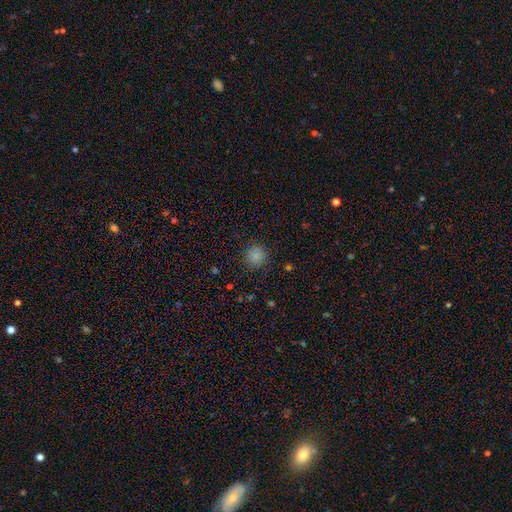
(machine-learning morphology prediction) The model was most divided on "smooth or featured": smooth: 83%, star or artifact: 13%, featured or disk: 4%. More confident: how rounded — round (90%); merging — none (88%).